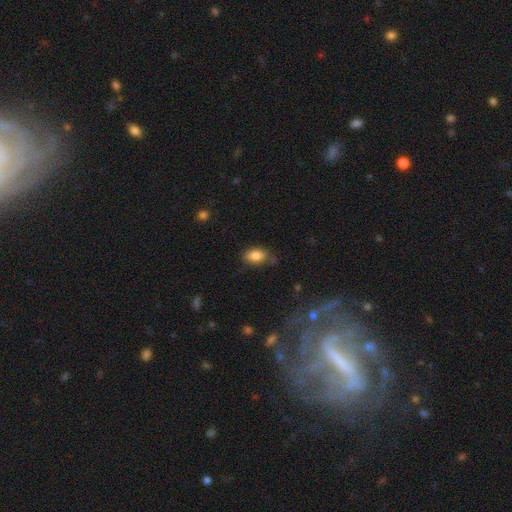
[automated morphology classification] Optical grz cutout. It shows a smooth galaxy with no disk features (84%) that is in between round and cigar-shaped (88%). Merging: none (71%).